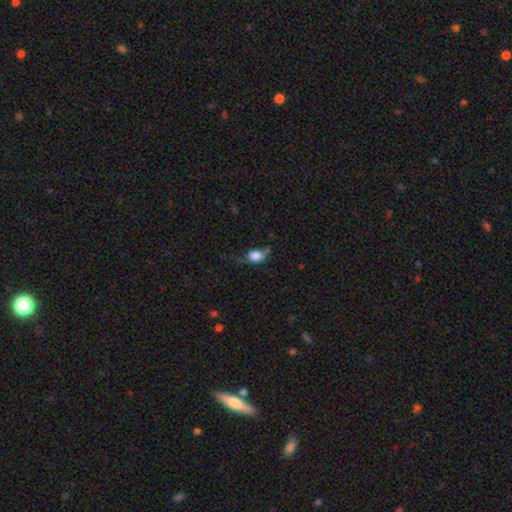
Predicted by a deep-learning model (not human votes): A smooth galaxy with no disk features (79%) that is in between round and cigar-shaped (61%).

Vote fractions:
- Smooth or featured? smooth: 79% / featured or disk: 12% / star or artifact: 9%
- How rounded? in between: 61% / round: 37% / cigar-shaped: 3%
- Merging? none: 38% / minor disturbance: 35% / major disturbance: 21% / merger: 6%